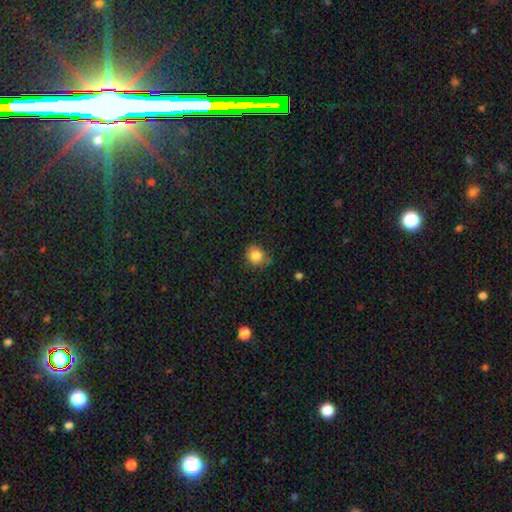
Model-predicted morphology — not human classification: Smooth or featured? Predicted: smooth (p=0.85). How rounded? Predicted: round (p=0.74). Merging? Predicted: none (p=0.72).